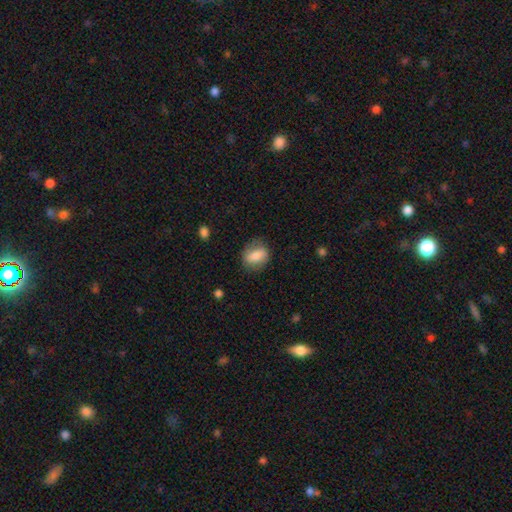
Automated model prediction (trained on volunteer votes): This appears to be a smooth galaxy with no disk features (73%) that is in between round and cigar-shaped (58%). Merging: none (75%).